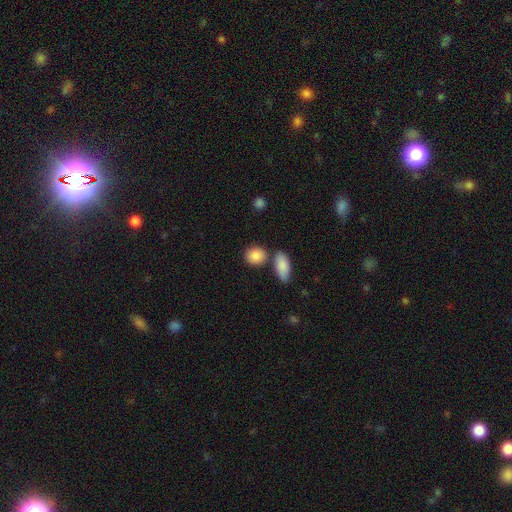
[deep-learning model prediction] Smooth or featured? Predicted: smooth (p=0.87). How rounded? Predicted: round (p=0.64). Merging? Predicted: none (p=0.70).